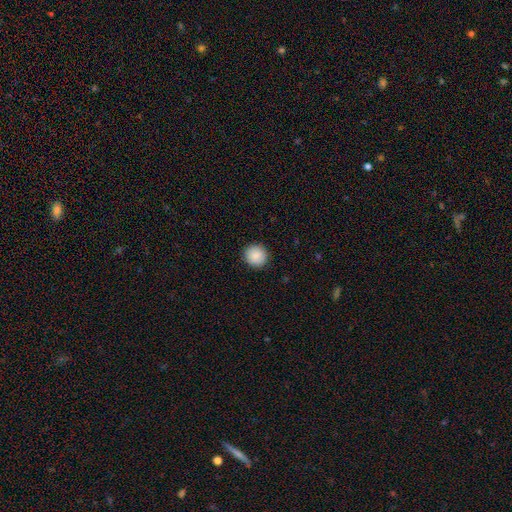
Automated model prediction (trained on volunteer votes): A smooth galaxy with no disk features (87%) that is round (92%).

Vote fractions:
- Smooth or featured? smooth: 87% / star or artifact: 8% / featured or disk: 5%
- How rounded? round: 92% / in between: 7% / cigar-shaped: 1%
- Merging? none: 92% / minor disturbance: 6% / major disturbance: 2% / merger: 1%